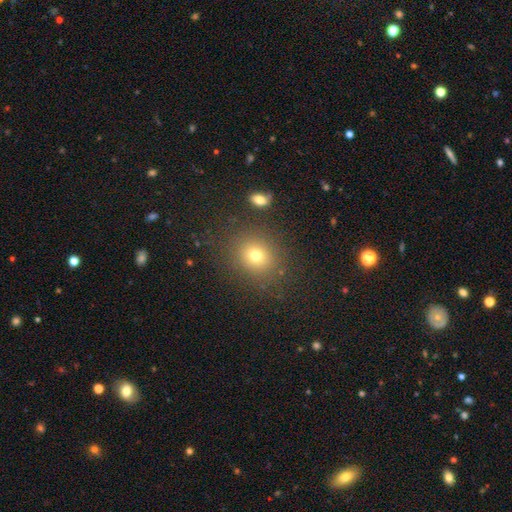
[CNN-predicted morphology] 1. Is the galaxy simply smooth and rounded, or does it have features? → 74% smooth, 17% star or artifact, 10% featured or disk.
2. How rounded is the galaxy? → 74% round, 25% in between, 1% cigar-shaped.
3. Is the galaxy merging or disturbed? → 84% none, 9% minor disturbance, 4% major disturbance, 3% merger.